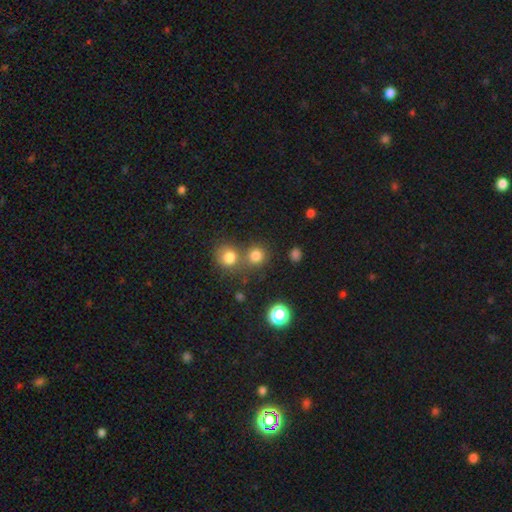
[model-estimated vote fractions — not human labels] A smooth galaxy with no disk features (79%) that is round (89%). Merging: none (61%).